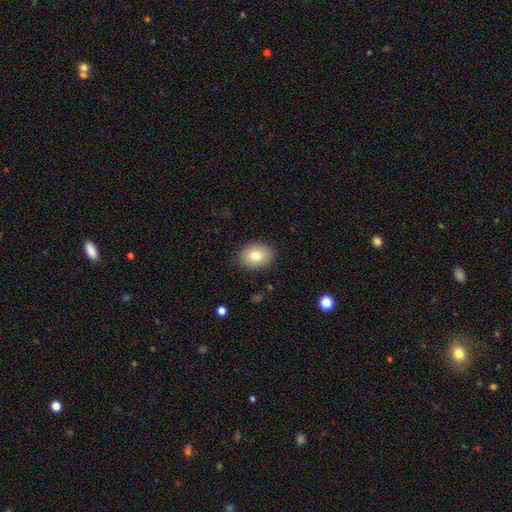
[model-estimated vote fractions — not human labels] Smooth or featured: smooth — 79% (featured or disk — 13%)
How rounded: in between — 66% (round — 34%)
Merging: none — 88% (minor disturbance — 9%)